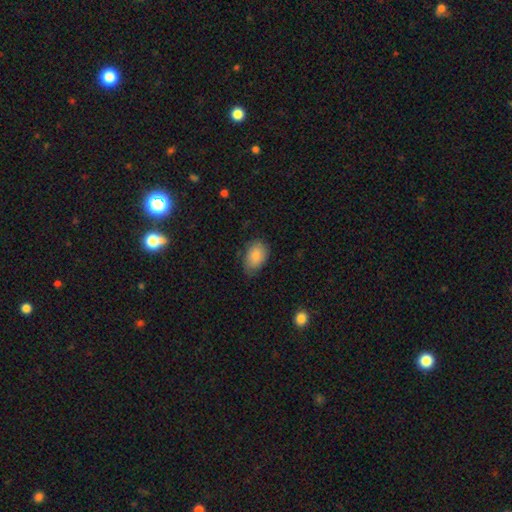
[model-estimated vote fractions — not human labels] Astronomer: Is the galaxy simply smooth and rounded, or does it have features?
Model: smooth — 84%.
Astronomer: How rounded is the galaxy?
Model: in between — 86%.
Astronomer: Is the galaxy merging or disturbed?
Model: none — 66%.